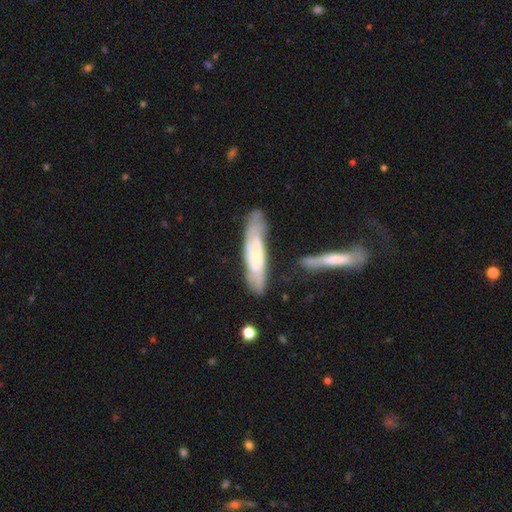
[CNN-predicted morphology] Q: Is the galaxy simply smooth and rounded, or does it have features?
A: featured or disk — 62%.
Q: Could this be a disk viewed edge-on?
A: no — 61%.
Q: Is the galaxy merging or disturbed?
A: none — 68%.